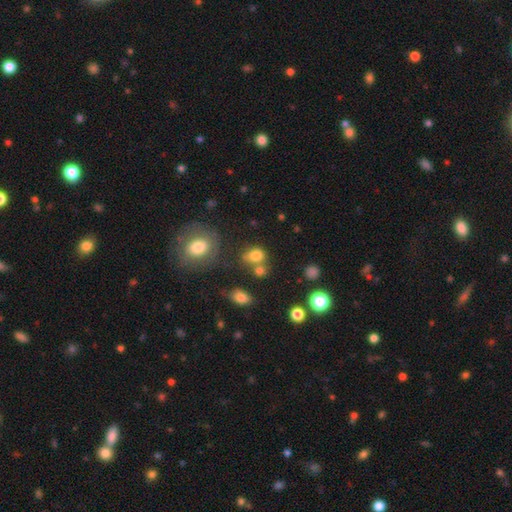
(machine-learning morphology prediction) Smooth or featured? smooth (77%)
How rounded? in between (50%)
Merging? none (48%)